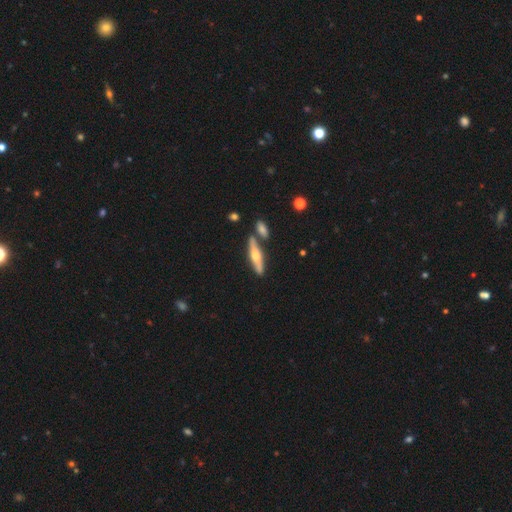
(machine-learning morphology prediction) Smooth or featured: featured or disk — 64% (smooth — 30%)
Edge-on disk: yes — 94% (no — 6%)
Edge-on bulge: rounded — 93% (none — 4%)
Merging: none — 75% (merger — 12%)